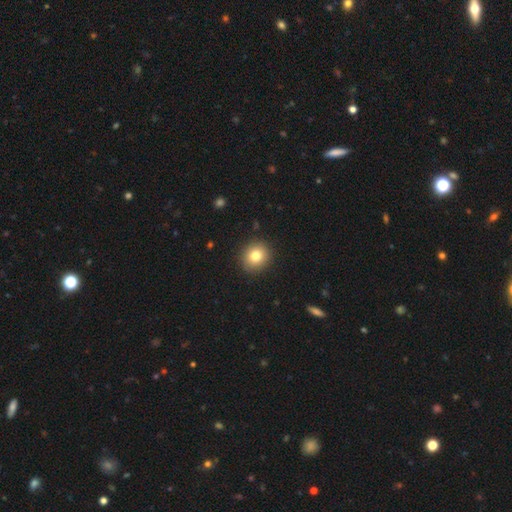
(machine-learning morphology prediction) Overall: smooth (80%). How rounded: round (87%). Merging: none (91%).